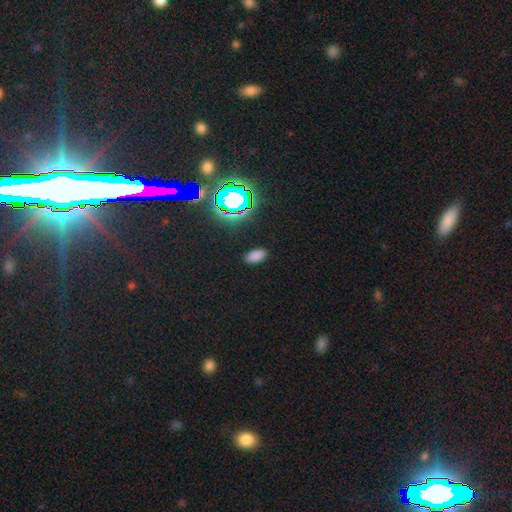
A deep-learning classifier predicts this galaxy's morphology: Smooth or featured? Predicted: smooth (p=0.74). How rounded? Predicted: in between (p=0.93). Merging? Predicted: none (p=0.89).